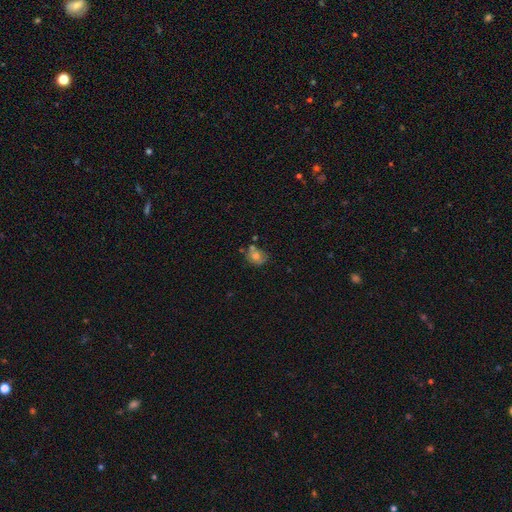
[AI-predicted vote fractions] Morphology: type=smooth (62%); roundness=round (62%); merging=none (53%).